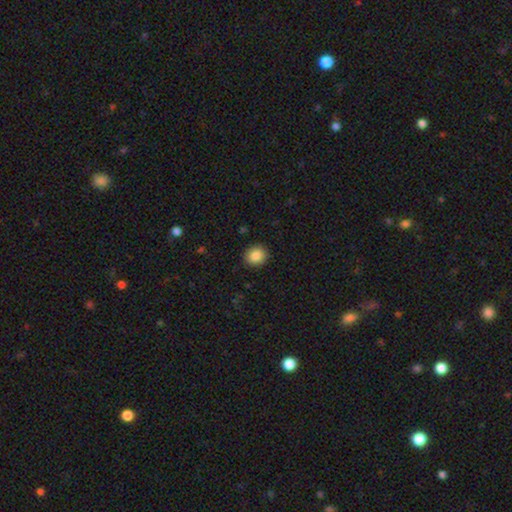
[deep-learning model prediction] The model was most divided on "how rounded": round: 78%, in between: 21%, cigar-shaped: 1%. More confident: merging — none (91%); smooth or featured — smooth (87%).